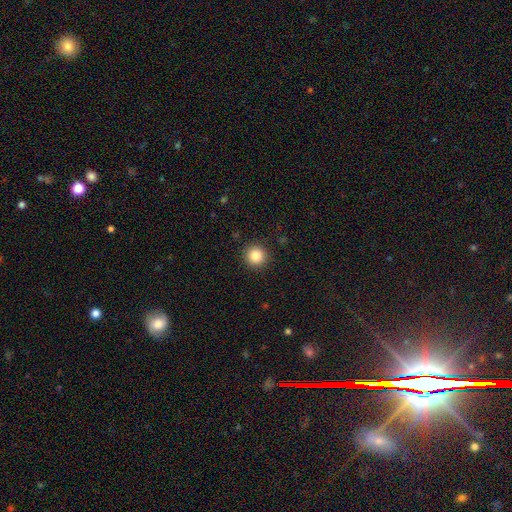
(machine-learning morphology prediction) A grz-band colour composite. It shows a smooth galaxy with no disk features (85%) that is round (95%). Merging: none (92%).